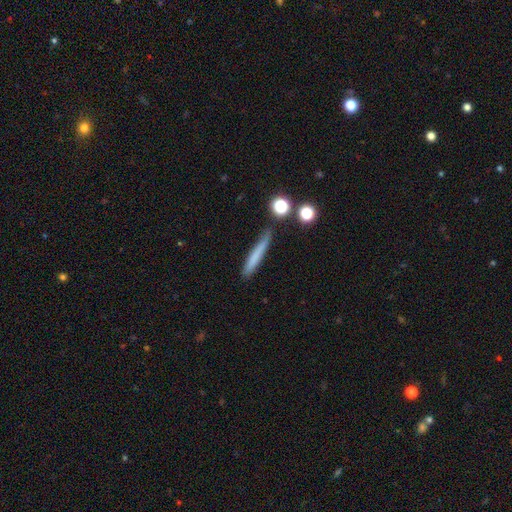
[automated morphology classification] A smooth galaxy with no disk features (71%) that is cigar-shaped (94%).

Vote fractions:
- Smooth or featured? smooth: 71% / featured or disk: 21% / star or artifact: 8%
- How rounded? cigar-shaped: 94% / in between: 4% / round: 2%
- Merging? none: 79% / minor disturbance: 14% / merger: 4% / major disturbance: 4%